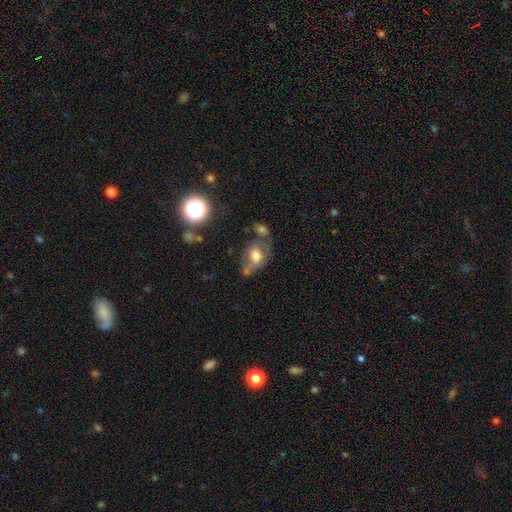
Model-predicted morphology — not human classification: type=smooth (61%); roundness=in between (65%); merging=none (33%).